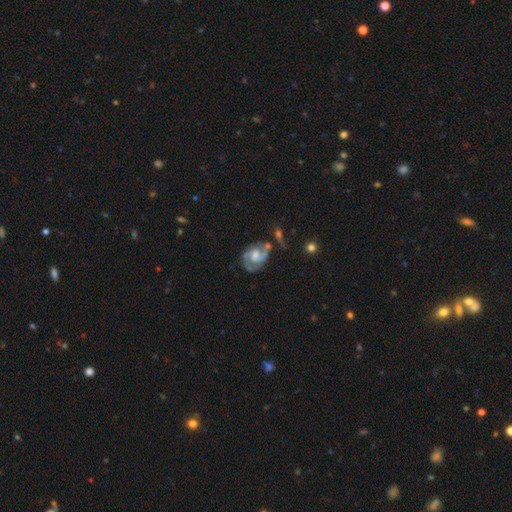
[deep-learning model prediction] Overall: featured or disk (79%). Edge-on disk: no (97%). Bar: no (49%; weak 42%). Spiral arms: yes (91%). Spiral arm count: 2 (77%). Spiral winding: medium (49%; tight 33%). Bulge size: moderate (48%; small 24%). Merging: none (54%; minor disturbance 21%).